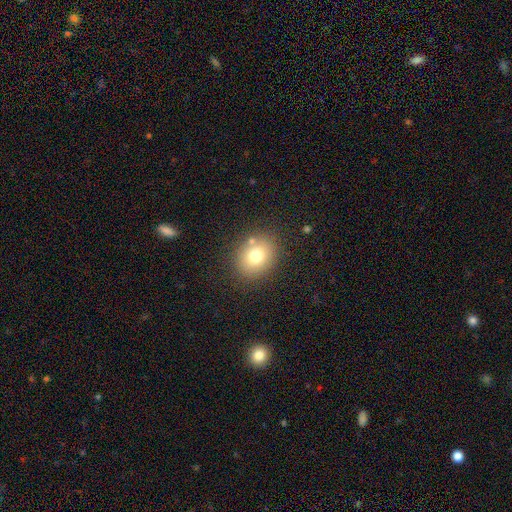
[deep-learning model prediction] Smooth or featured: smooth — 75% (star or artifact — 13%)
How rounded: round — 57% (in between — 42%)
Merging: none — 81% (minor disturbance — 11%)